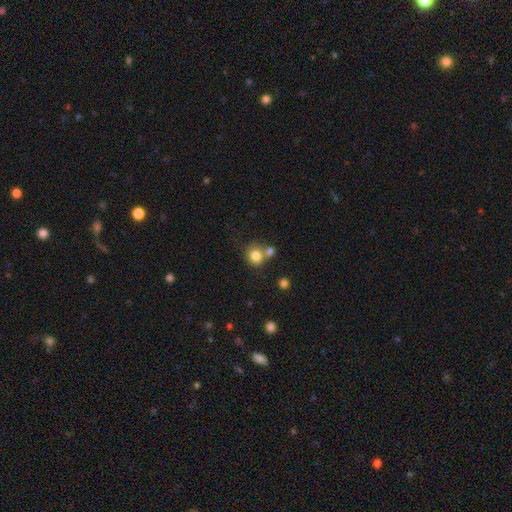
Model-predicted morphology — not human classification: Smooth or featured: smooth — 80% (star or artifact — 11%)
How rounded: round — 82% (in between — 17%)
Merging: none — 54% (merger — 31%)